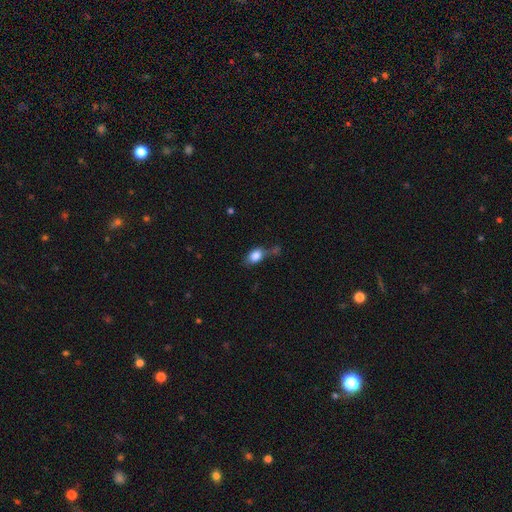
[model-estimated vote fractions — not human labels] smooth-or-featured: smooth: 83% | star or artifact: 9% | featured or disk: 8%
  how-rounded: in between: 81% | round: 16% | cigar-shaped: 3%
  merging: none: 49% | minor disturbance: 25% | merger: 15% | major disturbance: 11%